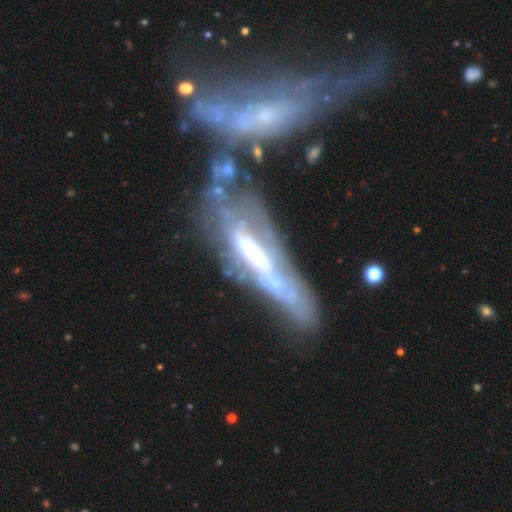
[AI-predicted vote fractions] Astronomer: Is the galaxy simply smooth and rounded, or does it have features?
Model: featured or disk — 68%.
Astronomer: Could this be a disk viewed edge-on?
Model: no — 63%.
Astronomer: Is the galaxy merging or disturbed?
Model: none — 29% (runner-up: major disturbance, 27%).